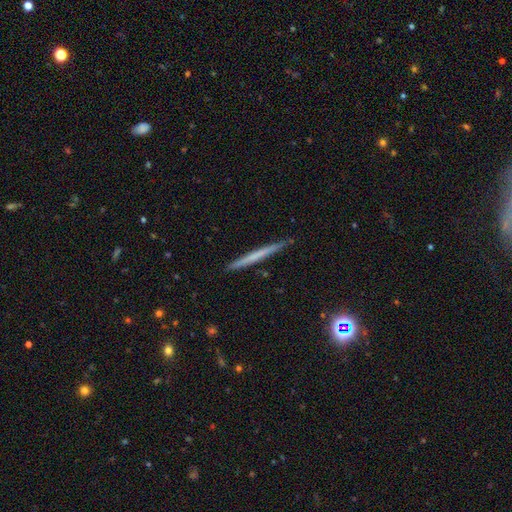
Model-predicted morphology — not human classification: smooth_or_featured: smooth (p=0.48) [alt: featured or disk p=0.45]
merging: none (p=0.91) [alt: minor disturbance p=0.07]